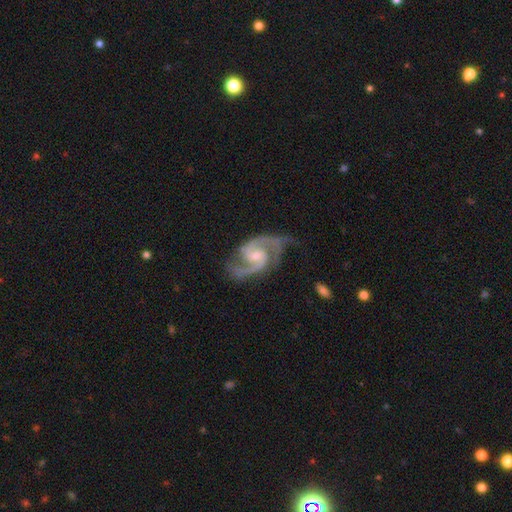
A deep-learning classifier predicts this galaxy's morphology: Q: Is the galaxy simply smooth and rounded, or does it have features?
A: featured or disk — 94%.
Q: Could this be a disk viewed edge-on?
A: no — 98%.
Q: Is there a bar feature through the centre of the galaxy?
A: no — 45%.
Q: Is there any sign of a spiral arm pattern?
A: yes — 99%.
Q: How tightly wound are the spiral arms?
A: medium — 65%.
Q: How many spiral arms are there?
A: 2 — 93%.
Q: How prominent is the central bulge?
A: small — 56%.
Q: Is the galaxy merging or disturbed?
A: none — 72%.